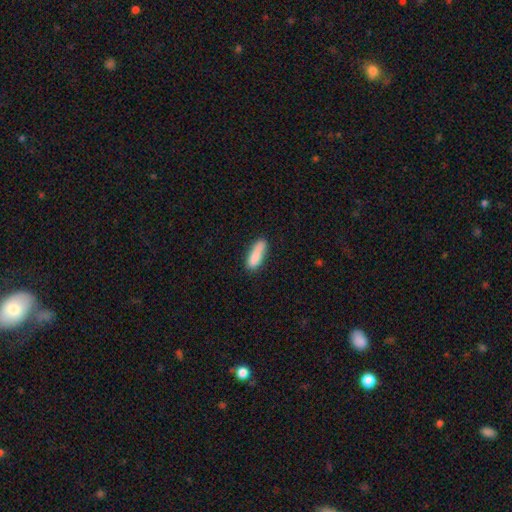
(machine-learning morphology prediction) smooth 84%, featured or disk 9%, star or artifact 7%. Down the decision tree: how rounded — in between (50%); merging — none (66%).